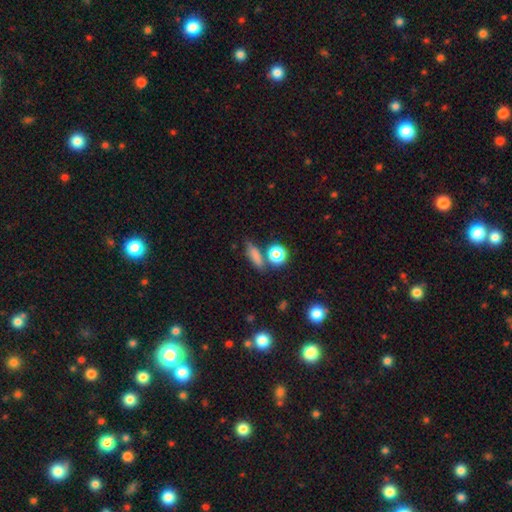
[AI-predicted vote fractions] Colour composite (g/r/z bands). It shows a smooth galaxy with no disk features (78%) that is in between round and cigar-shaped (39%). Merging: none (67%).